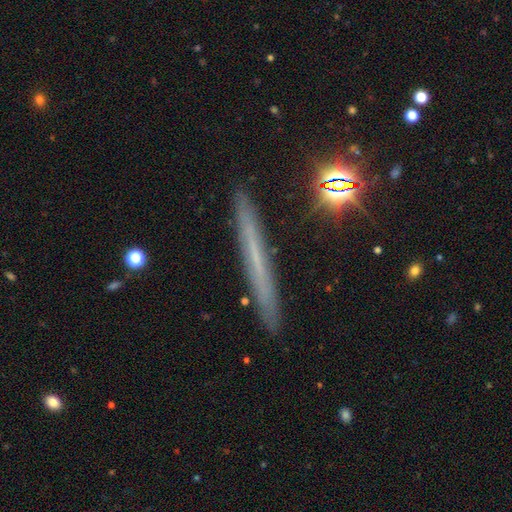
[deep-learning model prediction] Q: Smooth or featured?
A: featured or disk (48%); runner-up: smooth (41%)
Q: Merging?
A: none (88%); runner-up: minor disturbance (9%)